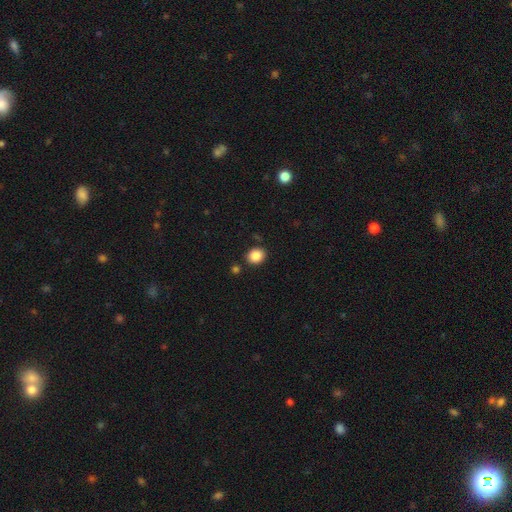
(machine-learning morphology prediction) Smooth or featured? smooth (86%)
How rounded? round (65%)
Merging? none (85%)